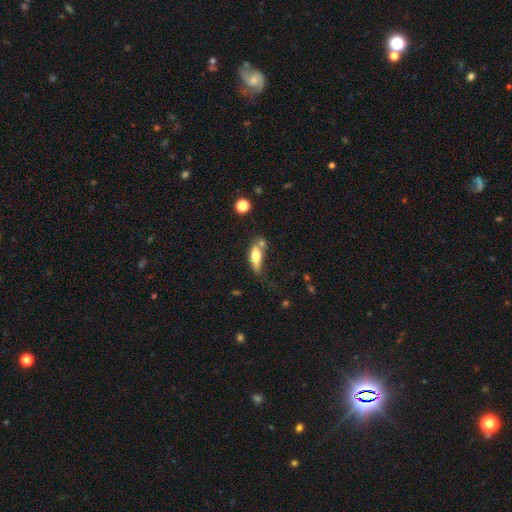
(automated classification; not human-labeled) smooth_or_featured: smooth (p=0.57) [alt: featured or disk p=0.36]
how_rounded: in between (p=0.55) [alt: cigar-shaped p=0.41]
merging: none (p=0.49) [alt: minor disturbance p=0.22]